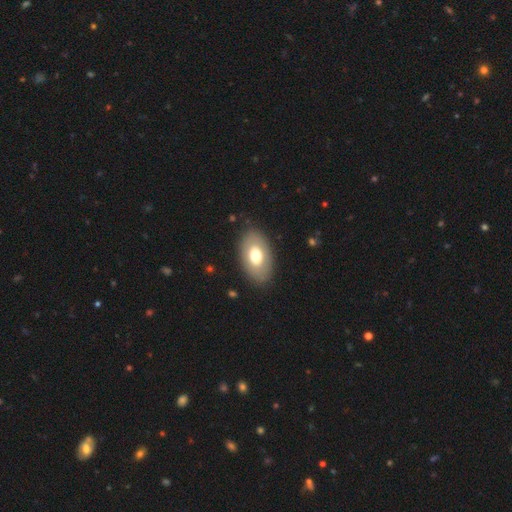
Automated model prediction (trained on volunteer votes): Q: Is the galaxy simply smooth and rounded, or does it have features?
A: smooth — 64%.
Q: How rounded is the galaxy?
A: in between — 90%.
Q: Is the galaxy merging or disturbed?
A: none — 85%.